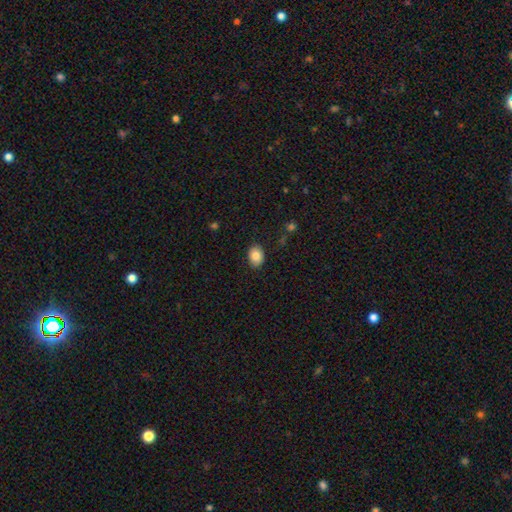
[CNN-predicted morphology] Smooth or featured: smooth — 84% (featured or disk — 8%)
How rounded: in between — 75% (round — 24%)
Merging: none — 86% (minor disturbance — 10%)